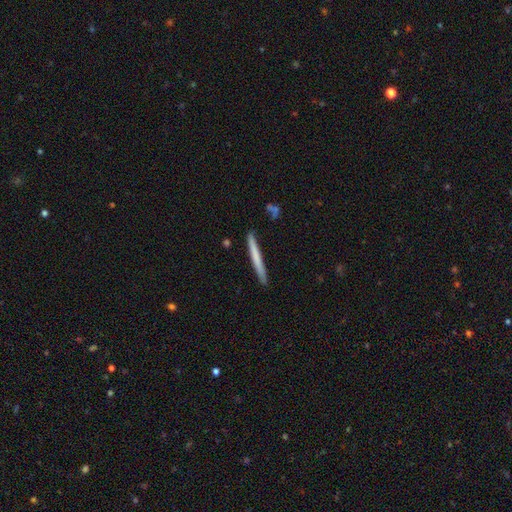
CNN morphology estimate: Smooth or featured: smooth — 63% (featured or disk — 32%)
How rounded: cigar-shaped — 97% (in between — 2%)
Merging: none — 89% (minor disturbance — 8%)